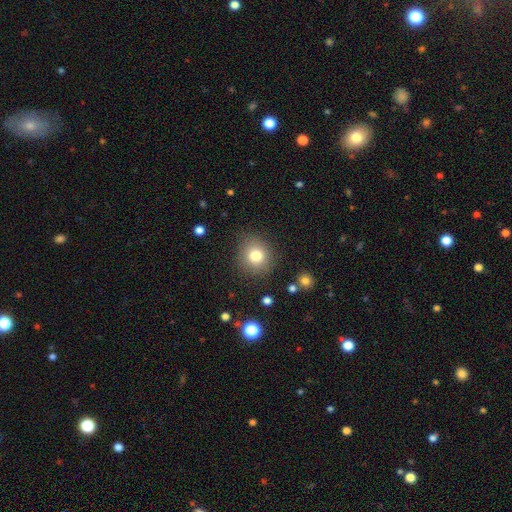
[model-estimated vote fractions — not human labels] This is likely a smooth galaxy (78%). How rounded: clearly round (86%). Merging: clearly none (85%).